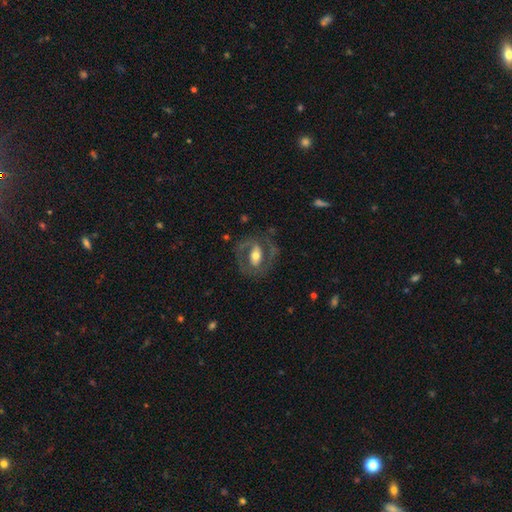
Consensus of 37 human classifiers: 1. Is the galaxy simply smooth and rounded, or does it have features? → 51% featured or disk, 46% smooth, 3% star or artifact.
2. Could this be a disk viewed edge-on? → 89% no, 11% yes.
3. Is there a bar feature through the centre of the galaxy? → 53% strong, 29% no, 18% weak.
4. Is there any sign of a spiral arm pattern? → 65% yes, 35% no.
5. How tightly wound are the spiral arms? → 64% medium, 36% tight, 0% loose.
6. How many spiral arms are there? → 55% 2, 45% 1, 0% 3, 0% 4, 0% more than 4, 0% can't tell.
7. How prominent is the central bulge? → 82% moderate, 12% small, 6% large, 0% dominant, 0% none.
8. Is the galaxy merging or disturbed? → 69% none, 19% minor disturbance, 8% major disturbance, 3% merger.